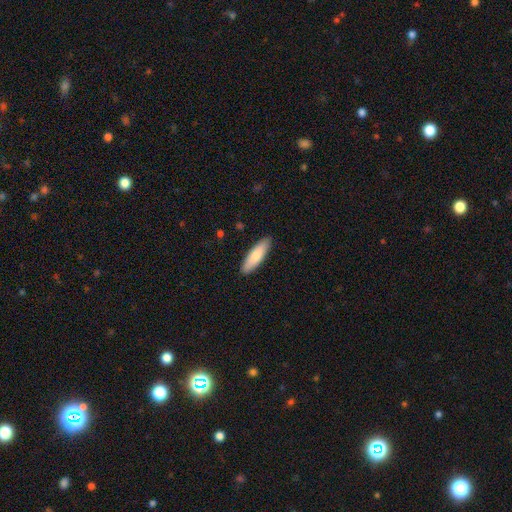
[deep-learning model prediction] A smooth galaxy with no disk features (80%) that is cigar-shaped (55%).

Vote fractions:
- Smooth or featured? smooth: 80% / featured or disk: 15% / star or artifact: 5%
- How rounded? cigar-shaped: 55% / in between: 43% / round: 2%
- Merging? none: 89% / minor disturbance: 8% / major disturbance: 2% / merger: 1%